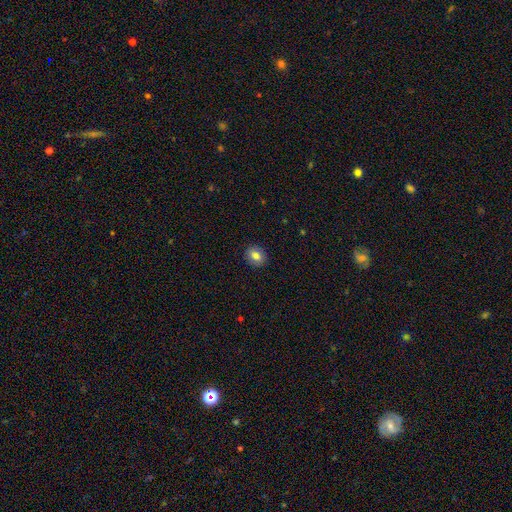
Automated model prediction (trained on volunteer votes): Smooth or featured? smooth (78%)
How rounded? round (56%)
Merging? none (90%)